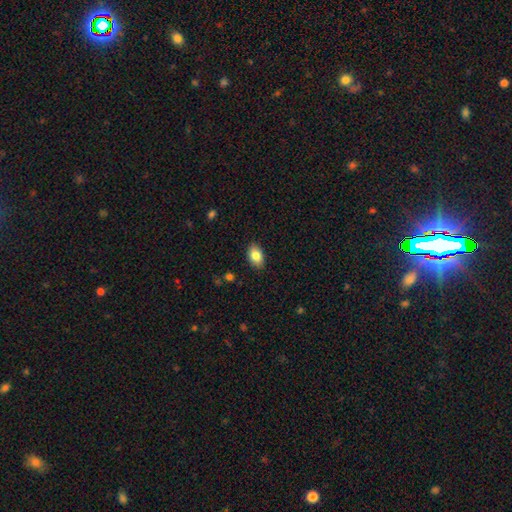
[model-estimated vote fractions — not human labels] Smooth or featured: smooth — 83% (featured or disk — 9%)
How rounded: in between — 89% (round — 10%)
Merging: none — 88% (minor disturbance — 9%)